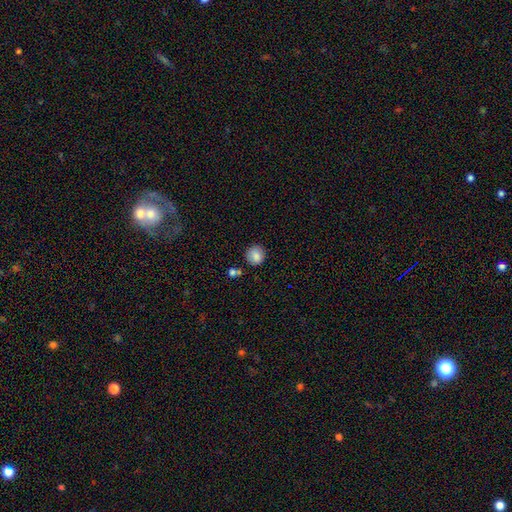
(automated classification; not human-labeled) The model was most divided on "merging": none: 82%, minor disturbance: 10%, merger: 5%, major disturbance: 3%. More confident: how rounded — round (88%); smooth or featured — smooth (85%).